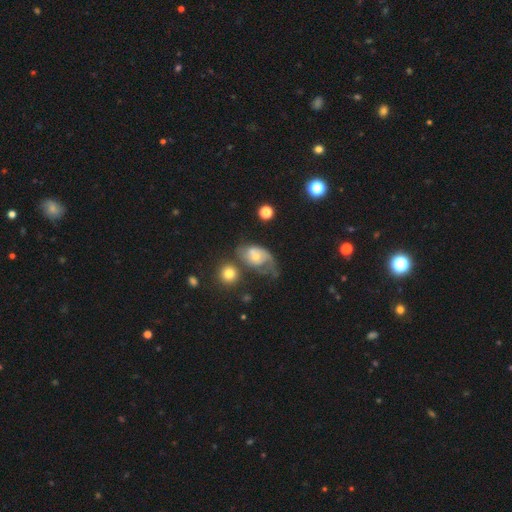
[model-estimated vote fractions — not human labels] Smooth or featured? featured or disk (63%)
Edge-on disk? no (96%)
Bar? no (73%)
Spiral arms? yes (78%)
Bulge size? moderate (49%)
Merging? major disturbance (34%)